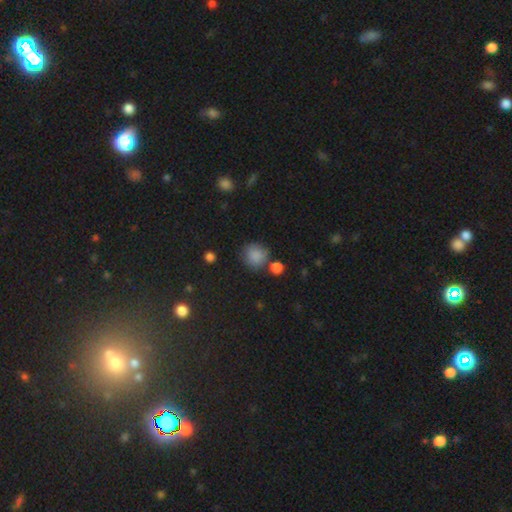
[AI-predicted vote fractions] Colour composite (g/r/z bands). It shows a smooth galaxy with no disk features (84%) that is round (88%). Merging: none (70%).